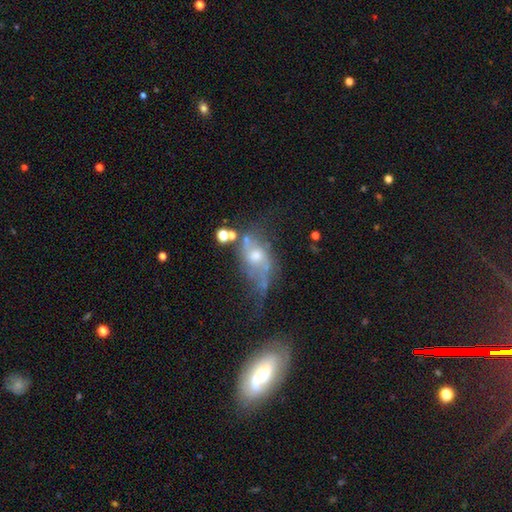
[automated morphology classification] smooth-or-featured: featured or disk: 62% | smooth: 24% | star or artifact: 14%
  disk-edge-on: no: 89% | yes: 11%
    bar: no: 71% | weak: 23% | strong: 6%
    has-spiral-arms: yes: 63% | no: 37%
    bulge-size: moderate: 51% | small: 37% | large: 5% | none: 5% | dominant: 2%
  merging: none: 29% (tied) | major disturbance: 29% (tied) | minor disturbance: 21% | merger: 20%